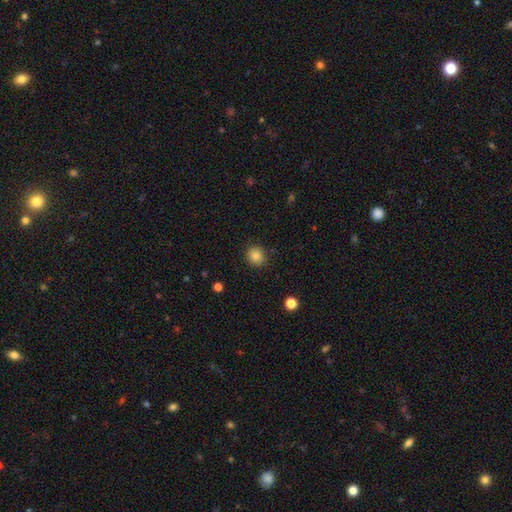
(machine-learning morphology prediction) Smooth or featured?
  - smooth: 84% *
  - star or artifact: 10%
  - featured or disk: 6%
How rounded?
  - round: 86% *
  - in between: 13%
  - cigar-shaped: 1%
Merging?
  - none: 90% *
  - minor disturbance: 7%
  - major disturbance: 2%
  - merger: 1%